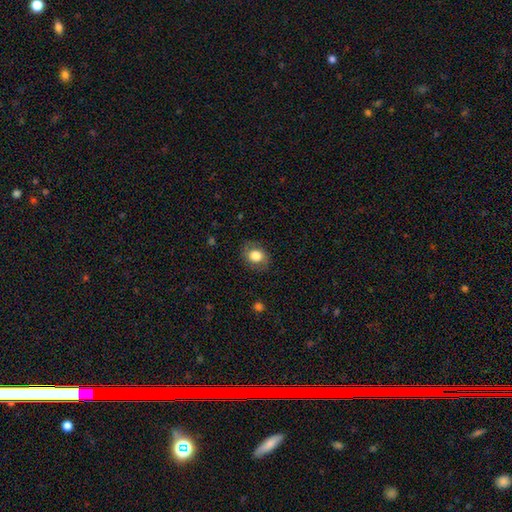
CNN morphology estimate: smooth 75%, featured or disk 17%, star or artifact 8%. Down the decision tree: how rounded — in between (52%); merging — none (79%).